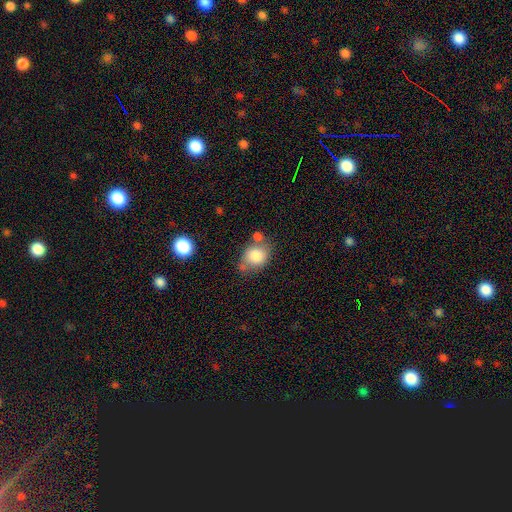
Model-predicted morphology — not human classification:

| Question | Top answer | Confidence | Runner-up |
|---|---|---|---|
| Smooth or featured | smooth | 81% | featured or disk (11%) |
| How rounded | round | 55% | in between (44%) |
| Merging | none | 51% | merger (21%) |